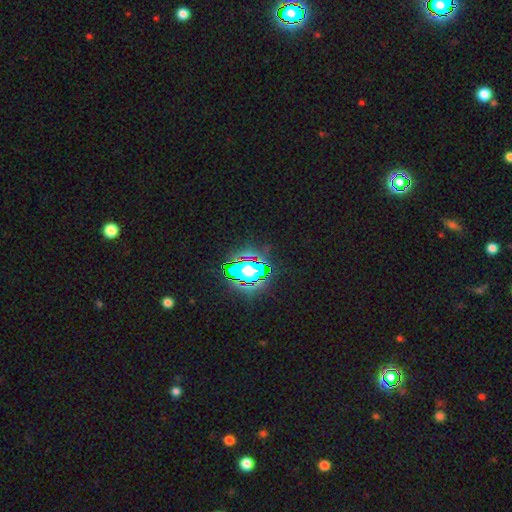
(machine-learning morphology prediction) smooth_or_featured: star or artifact (p=0.81) [alt: smooth p=0.12]